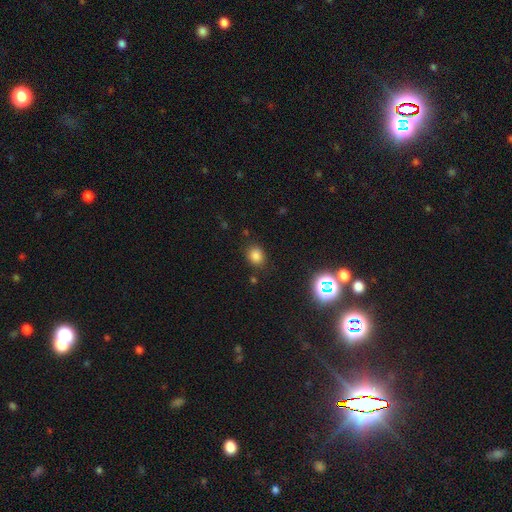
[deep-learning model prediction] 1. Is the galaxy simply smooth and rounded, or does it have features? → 79% smooth, 16% star or artifact, 5% featured or disk.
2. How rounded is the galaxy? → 64% round, 35% in between, 1% cigar-shaped.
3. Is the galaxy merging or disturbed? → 83% none, 11% minor disturbance, 3% major disturbance, 2% merger.